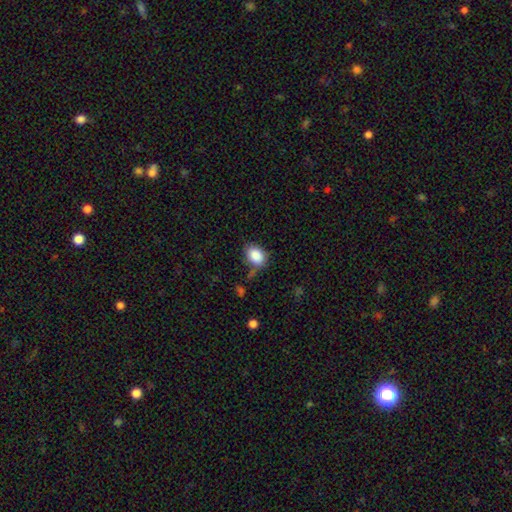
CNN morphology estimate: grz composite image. It shows a smooth galaxy with no disk features (87%) that is in between round and cigar-shaped (73%). Merging: none (61%).